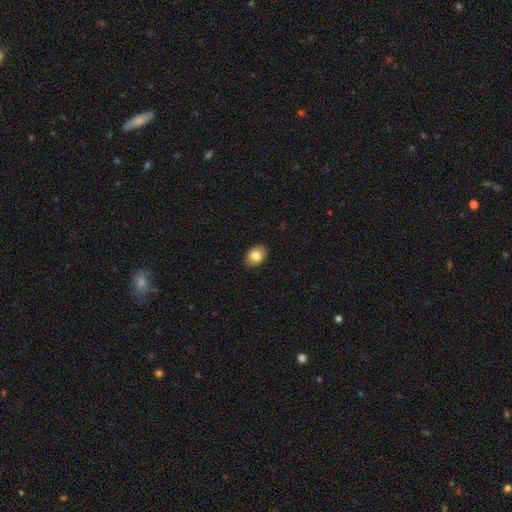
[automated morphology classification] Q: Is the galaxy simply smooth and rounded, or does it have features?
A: smooth — 83%.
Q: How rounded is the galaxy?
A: in between — 75%.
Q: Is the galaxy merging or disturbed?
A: none — 89%.